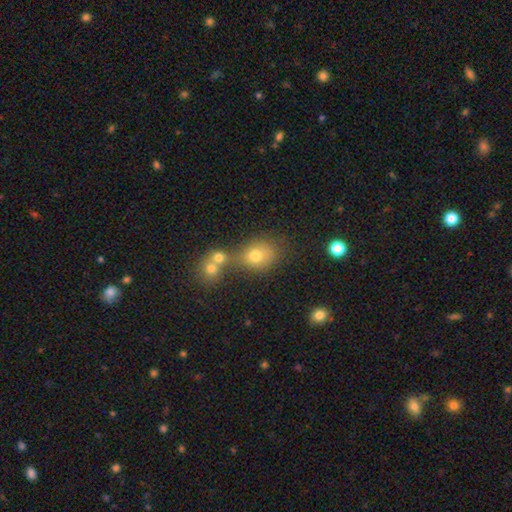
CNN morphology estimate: Smooth or featured?
  - smooth: 73% *
  - star or artifact: 15%
  - featured or disk: 12%
How rounded?
  - round: 53% *
  - in between: 46%
  - cigar-shaped: 1%
Merging?
  - none: 44% *
  - merger: 37%
  - minor disturbance: 12%
  - major disturbance: 7%